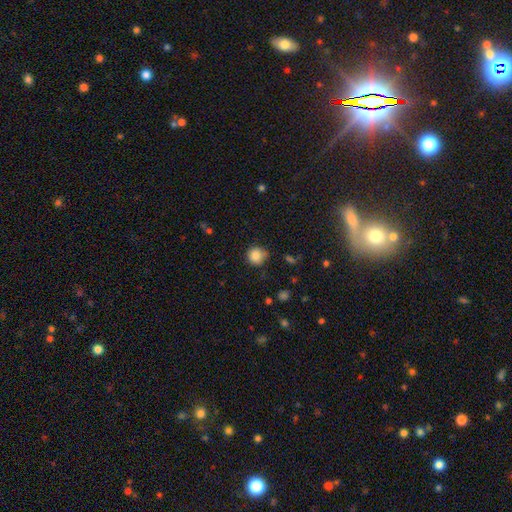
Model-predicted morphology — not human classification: Overall: smooth (85%). How rounded: round (90%). Merging: none (75%).